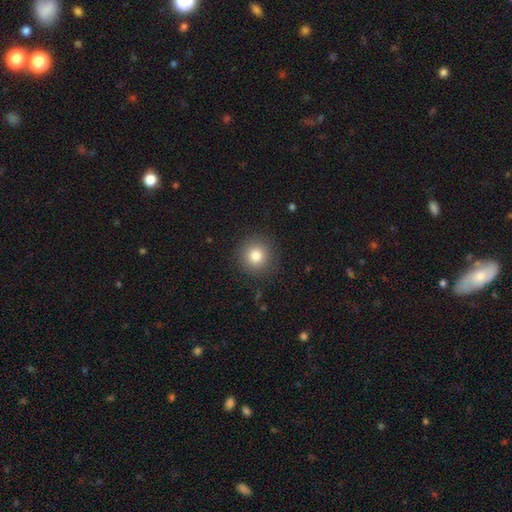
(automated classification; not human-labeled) Smooth or featured? smooth (82%)
How rounded? round (94%)
Merging? none (89%)